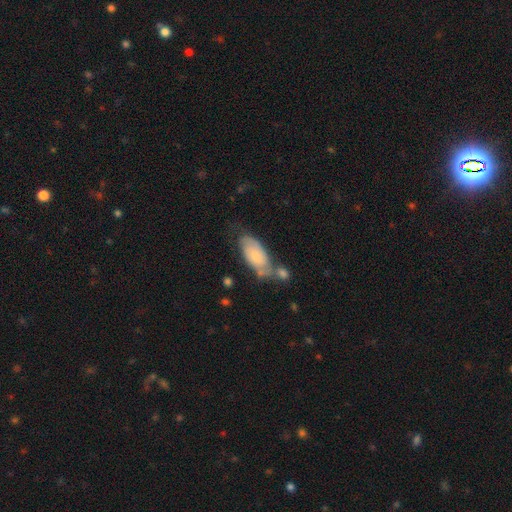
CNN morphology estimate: This appears to be a smooth galaxy with no disk features (52%) that is in between round and cigar-shaped (87%). Merging: none (38%).